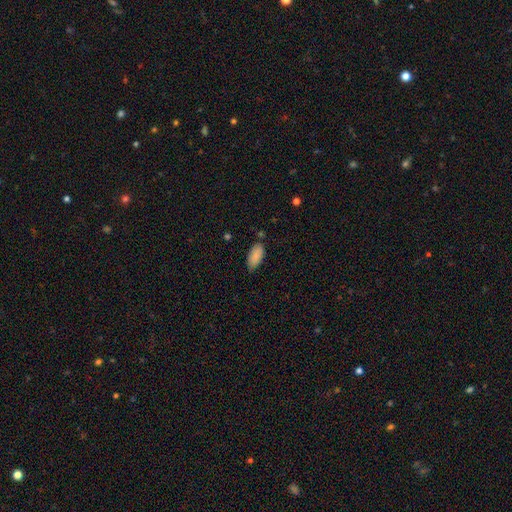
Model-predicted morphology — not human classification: This is clearly a smooth galaxy (88%). How rounded: clearly in between (92%). Merging: likely none (76%).